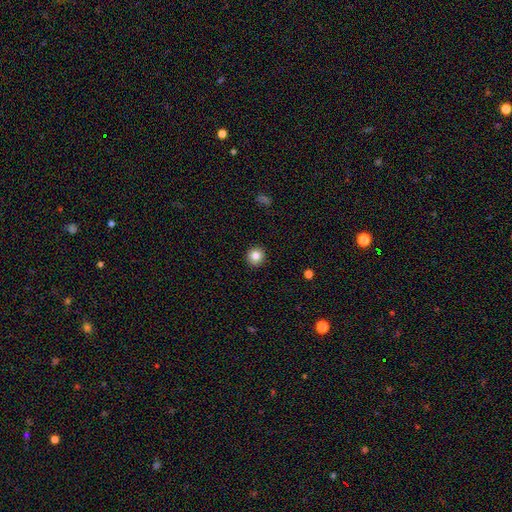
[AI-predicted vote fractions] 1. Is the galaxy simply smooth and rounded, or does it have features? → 83% smooth, 10% star or artifact, 7% featured or disk.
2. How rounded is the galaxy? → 93% round, 6% in between, 1% cigar-shaped.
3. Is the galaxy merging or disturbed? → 92% none, 5% minor disturbance, 2% major disturbance, 1% merger.